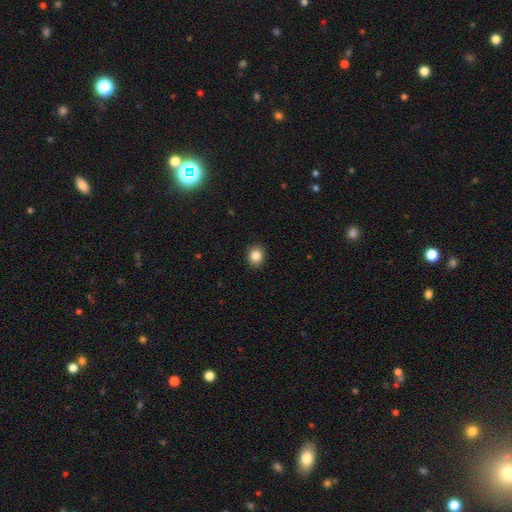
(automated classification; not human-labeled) A smooth galaxy with no disk features (85%) that is round (67%).

Vote fractions:
- Smooth or featured? smooth: 85% / star or artifact: 10% / featured or disk: 5%
- How rounded? round: 67% / in between: 32% / cigar-shaped: 1%
- Merging? none: 90% / minor disturbance: 7% / major disturbance: 2% / merger: 1%